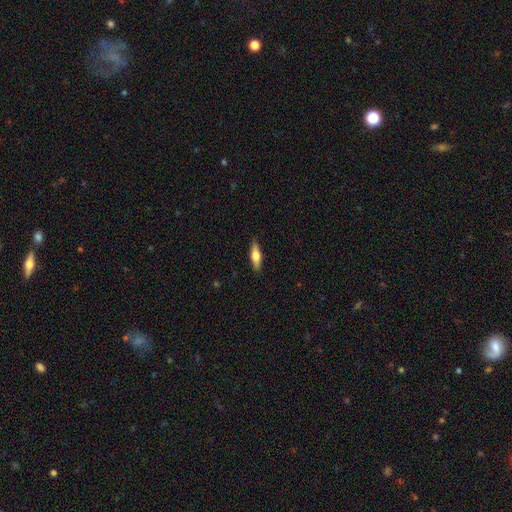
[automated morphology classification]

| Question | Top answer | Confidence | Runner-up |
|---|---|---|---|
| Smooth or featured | smooth | 52% | featured or disk (42%) |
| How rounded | cigar-shaped | 55% | in between (42%) |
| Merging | none | 88% | minor disturbance (9%) |